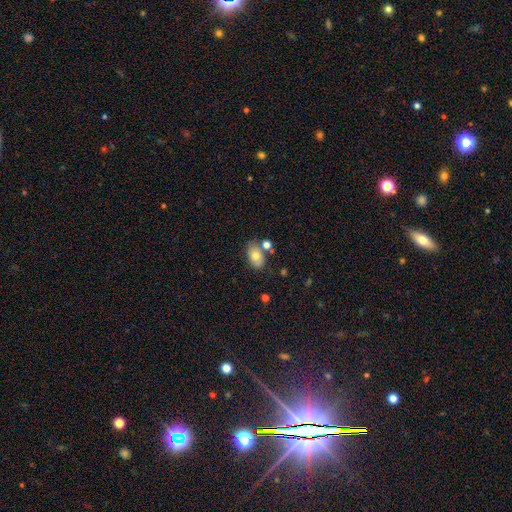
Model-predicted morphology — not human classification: type=smooth (72%); roundness=in between (86%); merging=none (63%).